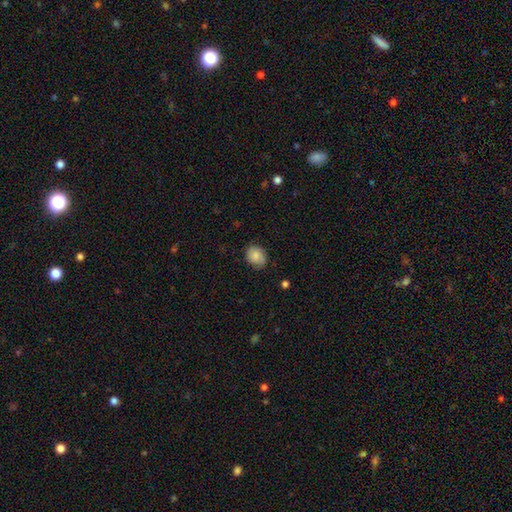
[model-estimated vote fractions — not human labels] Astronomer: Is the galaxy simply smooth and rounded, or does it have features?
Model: smooth — 71%.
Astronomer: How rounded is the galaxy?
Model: in between — 51% (runner-up: round, 48%).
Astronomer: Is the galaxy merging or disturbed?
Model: none — 74%.